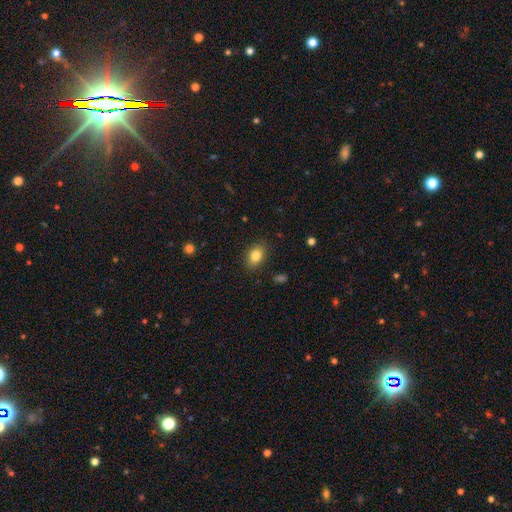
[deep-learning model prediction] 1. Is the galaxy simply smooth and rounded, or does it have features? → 83% smooth, 9% star or artifact, 7% featured or disk.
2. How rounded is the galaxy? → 79% in between, 20% round, 1% cigar-shaped.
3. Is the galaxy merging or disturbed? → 86% none, 10% minor disturbance, 3% major disturbance, 1% merger.